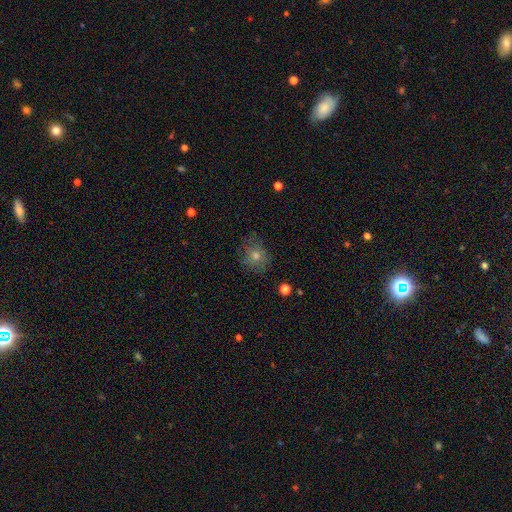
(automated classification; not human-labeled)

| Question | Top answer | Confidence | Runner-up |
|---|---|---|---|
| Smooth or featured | smooth | 60% | star or artifact (21%) |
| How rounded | round | 79% | in between (20%) |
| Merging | none | 76% | minor disturbance (16%) |